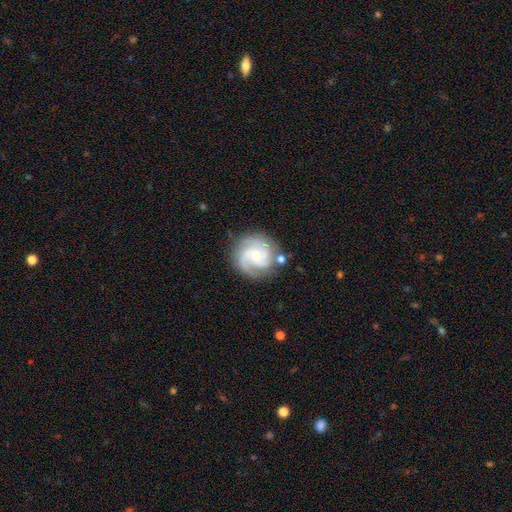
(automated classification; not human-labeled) This appears to be a featured or disk galaxy (84%) with no bar (64%), 3 (41%) tight (46%) spiral arms (97%) and a small central bulge (65%). Merging: none (74%).